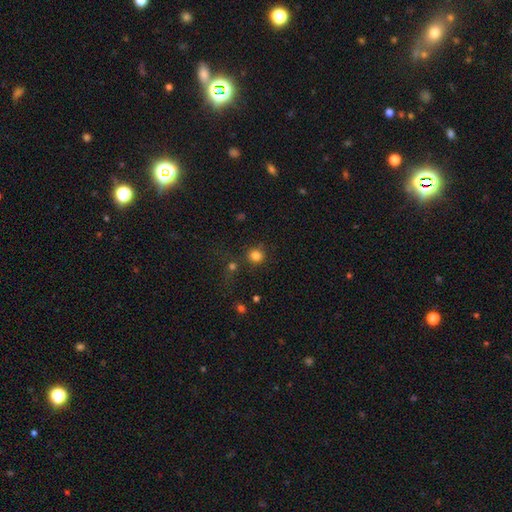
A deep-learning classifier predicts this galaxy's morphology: Smooth or featured? smooth (81%)
How rounded? round (91%)
Merging? none (73%)